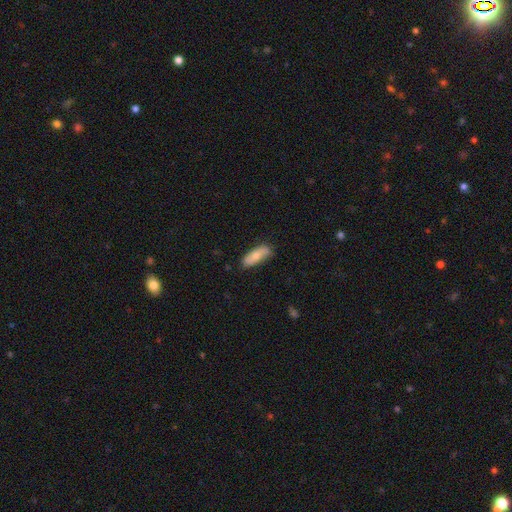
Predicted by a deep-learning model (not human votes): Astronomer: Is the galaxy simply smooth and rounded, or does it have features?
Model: smooth — 72%.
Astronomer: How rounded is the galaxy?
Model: in between — 67%.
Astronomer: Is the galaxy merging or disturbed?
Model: none — 75%.